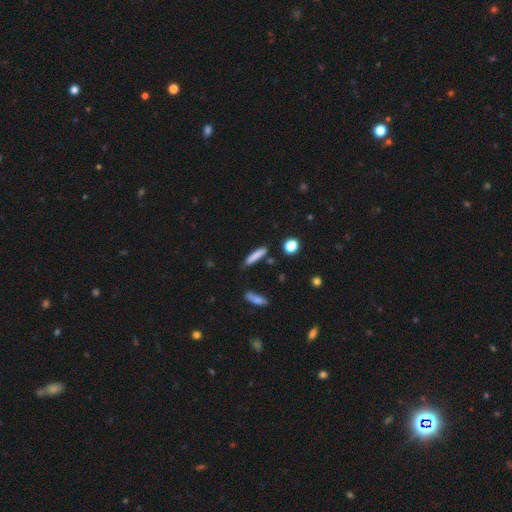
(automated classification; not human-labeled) Q: Smooth or featured?
A: smooth (79%); runner-up: featured or disk (13%)
Q: How rounded?
A: cigar-shaped (88%); runner-up: in between (9%)
Q: Merging?
A: none (80%); runner-up: minor disturbance (13%)